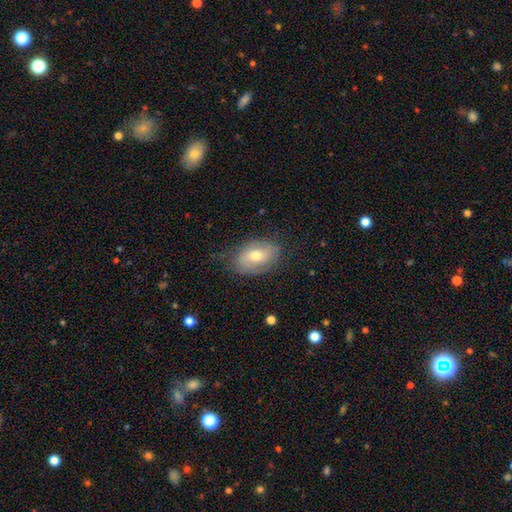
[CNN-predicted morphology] The model was most divided on "smooth or featured": smooth: 56%, featured or disk: 37%, star or artifact: 7%. More confident: how rounded — in between (86%); merging — none (72%).